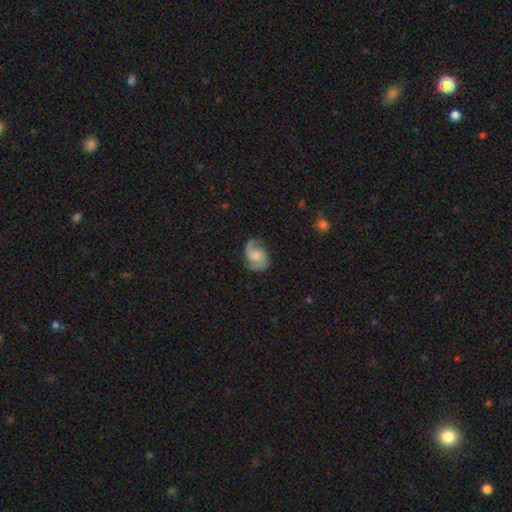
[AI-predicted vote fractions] Overall: featured or disk (77%). Edge-on disk: no (98%). Bar: no (59%; weak 36%). Spiral arms: yes (96%). Spiral arm count: 2 (86%). Spiral winding: medium (50%; loose 31%). Bulge size: moderate (33%; small 30%). Merging: none (70%).